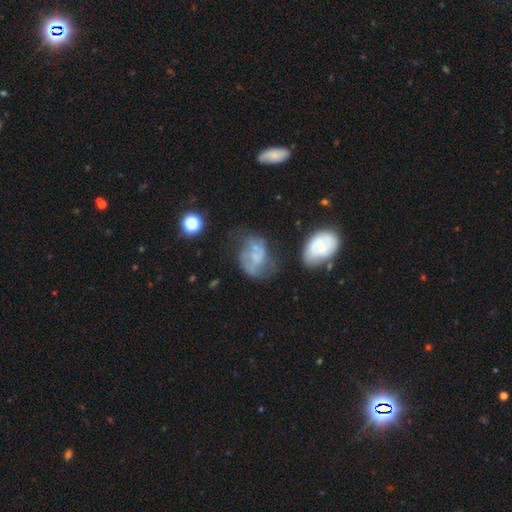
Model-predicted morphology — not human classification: smooth_or_featured: featured or disk (p=0.50) [alt: smooth p=0.37]
disk_edge_on: no (p=0.97) [alt: yes p=0.03]
merging: none (p=0.33) [alt: major disturbance p=0.26]